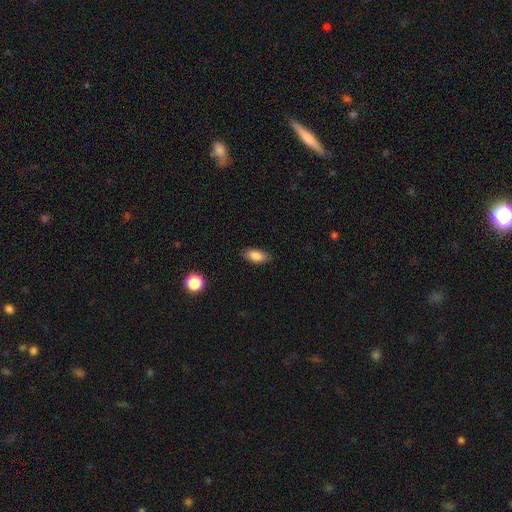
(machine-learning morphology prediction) This is clearly a smooth galaxy (86%). How rounded: clearly in between (87%). Merging: clearly none (85%).